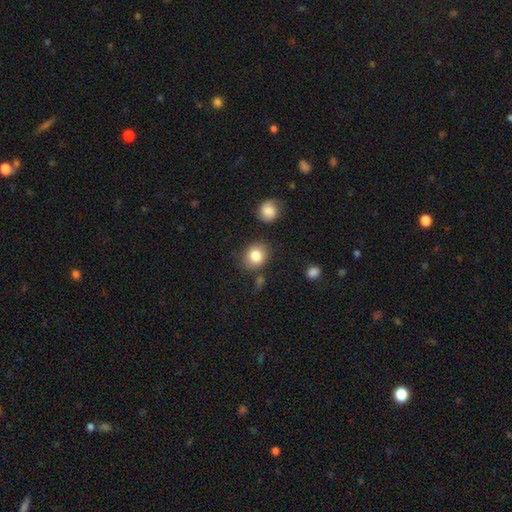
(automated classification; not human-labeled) smooth_or_featured: smooth (p=0.83) [alt: star or artifact p=0.09]
how_rounded: round (p=0.68) [alt: in between p=0.31]
merging: none (p=0.79) [alt: minor disturbance p=0.13]